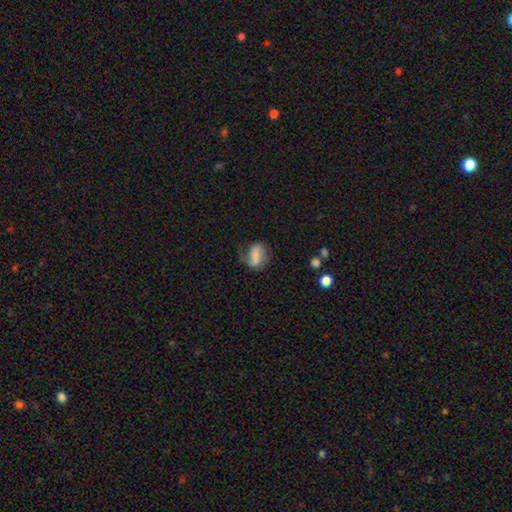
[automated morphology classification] Q: Smooth or featured?
A: smooth (52%); runner-up: featured or disk (40%)
Q: How rounded?
A: in between (73%); runner-up: round (24%)
Q: Merging?
A: none (49%); runner-up: minor disturbance (28%)